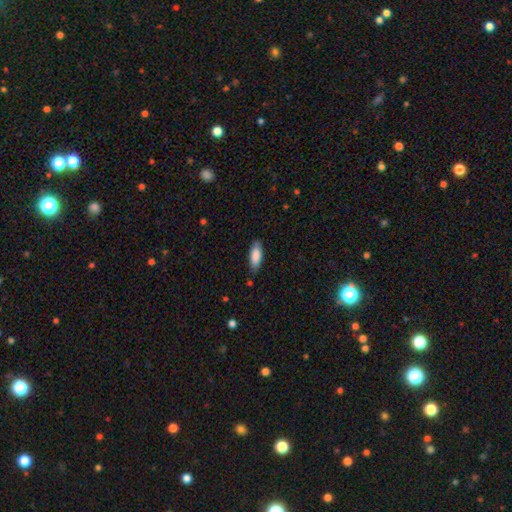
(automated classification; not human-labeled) Smooth or featured?
  - smooth: 86% *
  - featured or disk: 8%
  - star or artifact: 6%
How rounded?
  - in between: 71% *
  - cigar-shaped: 28%
  - round: 2%
Merging?
  - none: 83% *
  - minor disturbance: 13%
  - major disturbance: 2%
  - merger: 1%